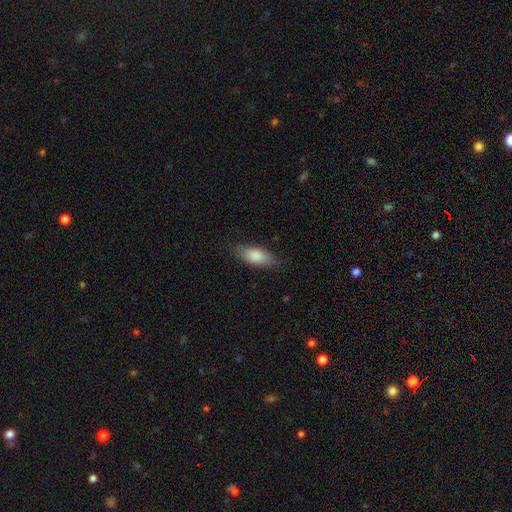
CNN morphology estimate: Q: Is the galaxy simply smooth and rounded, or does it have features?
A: smooth — 85%.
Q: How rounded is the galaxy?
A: in between — 83%.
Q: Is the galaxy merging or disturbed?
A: none — 82%.